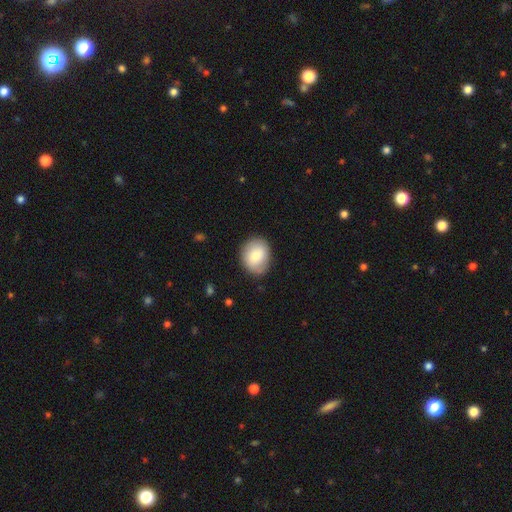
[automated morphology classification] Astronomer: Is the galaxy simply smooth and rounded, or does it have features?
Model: smooth — 73%.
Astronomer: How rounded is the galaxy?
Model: round — 52% (runner-up: in between, 48%).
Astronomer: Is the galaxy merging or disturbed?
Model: none — 81%.